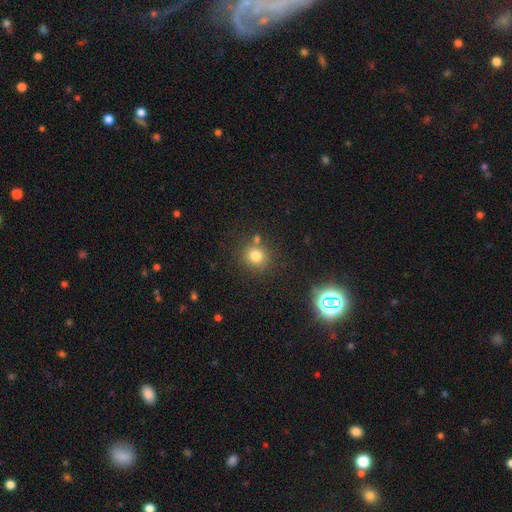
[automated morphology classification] smooth-or-featured: smooth: 78% | star or artifact: 15% | featured or disk: 7%
  how-rounded: round: 85% | in between: 14% | cigar-shaped: 1%
  merging: none: 77% | merger: 10% | minor disturbance: 10% | major disturbance: 3%